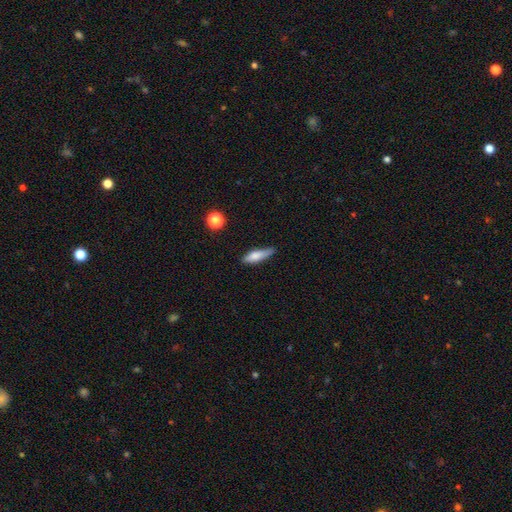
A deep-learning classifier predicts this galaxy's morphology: Q: Smooth or featured?
A: smooth (74%); runner-up: featured or disk (19%)
Q: How rounded?
A: cigar-shaped (65%); runner-up: in between (33%)
Q: Merging?
A: none (65%); runner-up: minor disturbance (27%)